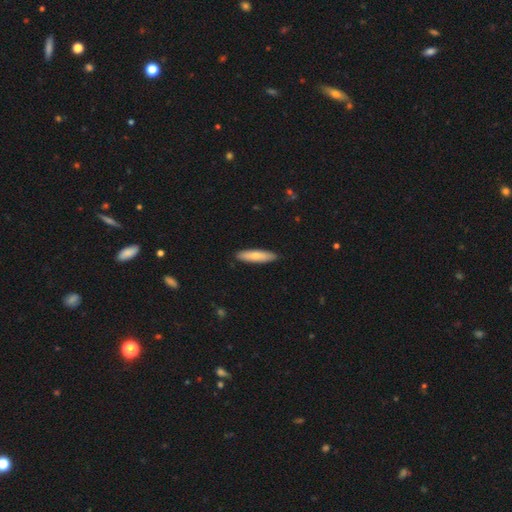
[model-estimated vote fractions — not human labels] A smooth galaxy with no disk features (72%) that is cigar-shaped (74%). Merging: none (89%).